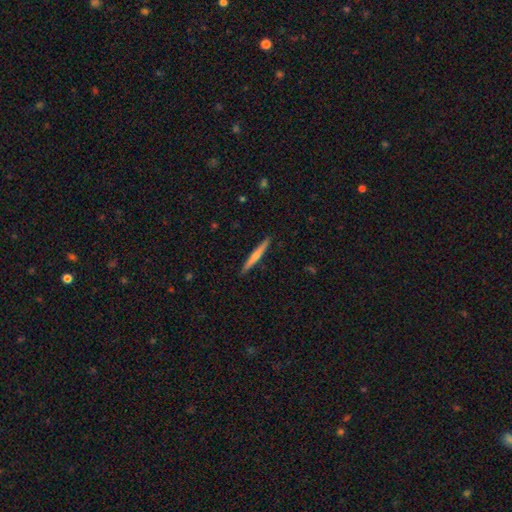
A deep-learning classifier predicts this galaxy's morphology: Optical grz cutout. It shows a smooth galaxy with no disk features (50%) that is cigar-shaped (96%). Merging: none (91%).